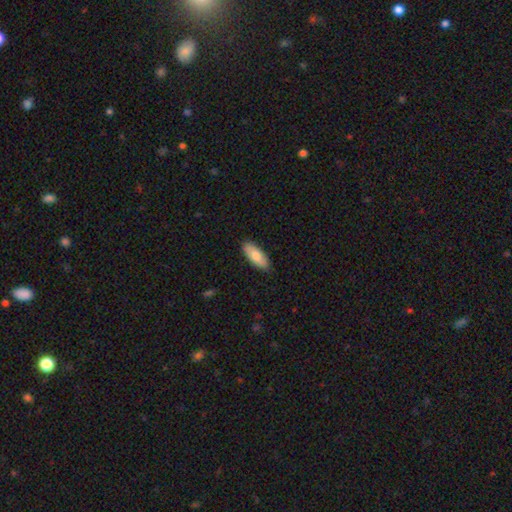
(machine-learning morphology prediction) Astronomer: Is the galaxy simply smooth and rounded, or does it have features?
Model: smooth — 81%.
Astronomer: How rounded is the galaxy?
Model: in between — 76%.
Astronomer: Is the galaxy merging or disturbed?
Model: none — 86%.